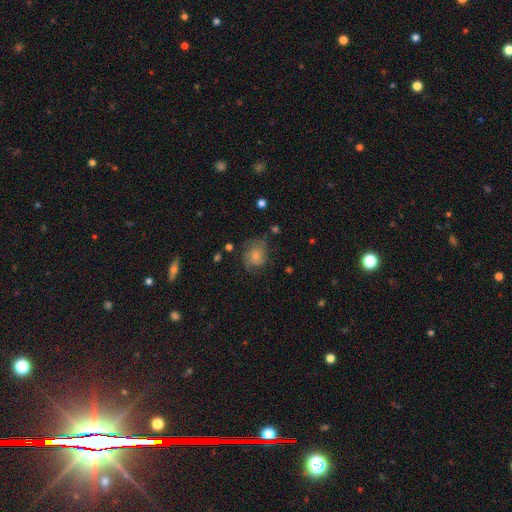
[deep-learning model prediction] This is possibly a smooth galaxy (51%). How rounded: likely round (64%). Merging: possibly none (56%).